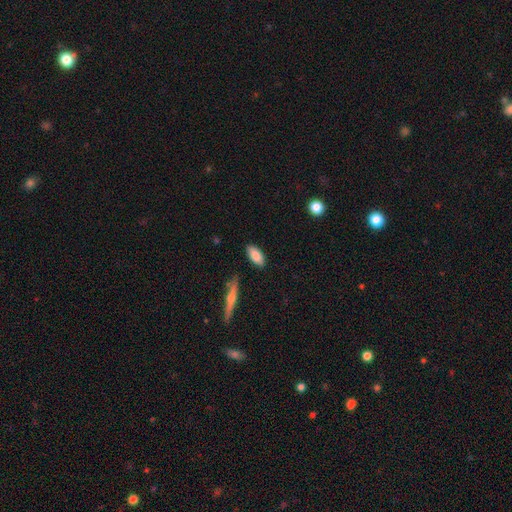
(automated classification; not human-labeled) This appears to be a smooth galaxy with no disk features (82%) that is in between round and cigar-shaped (87%). Merging: none (86%).